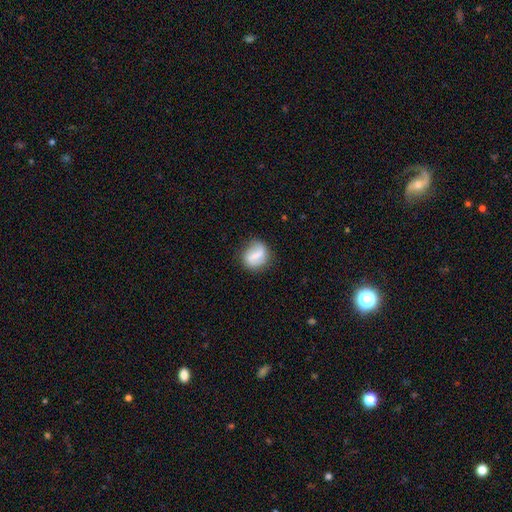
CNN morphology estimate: Smooth or featured?
  - smooth: 47% *
  - featured or disk: 45%
  - star or artifact: 8%
Merging?
  - none: 73% *
  - minor disturbance: 18%
  - major disturbance: 7%
  - merger: 2%